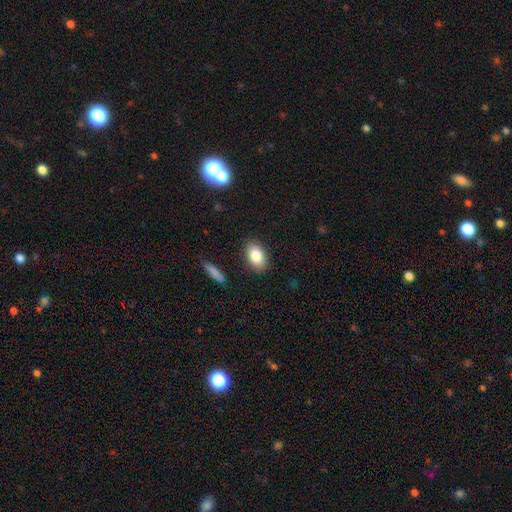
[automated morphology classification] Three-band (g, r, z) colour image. It shows a smooth galaxy with no disk features (84%) that is in between round and cigar-shaped (87%). Merging: none (86%).